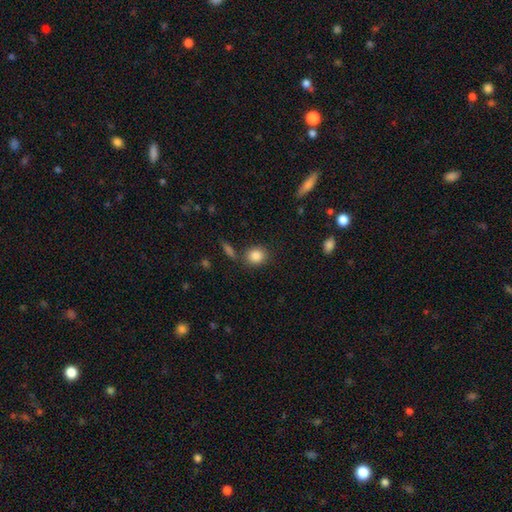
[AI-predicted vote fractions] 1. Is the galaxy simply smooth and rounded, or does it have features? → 86% smooth, 9% star or artifact, 6% featured or disk.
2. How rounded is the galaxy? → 69% round, 29% in between, 1% cigar-shaped.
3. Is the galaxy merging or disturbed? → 79% none, 10% minor disturbance, 8% merger, 3% major disturbance.